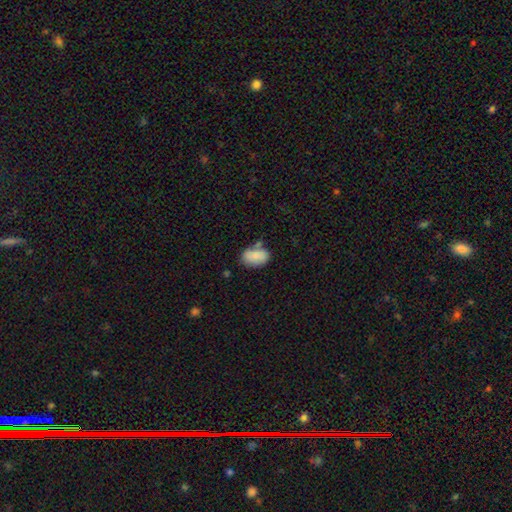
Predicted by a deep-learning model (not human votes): Smooth or featured: smooth — 83% (featured or disk — 10%)
How rounded: in between — 90% (round — 9%)
Merging: none — 60% (minor disturbance — 22%)